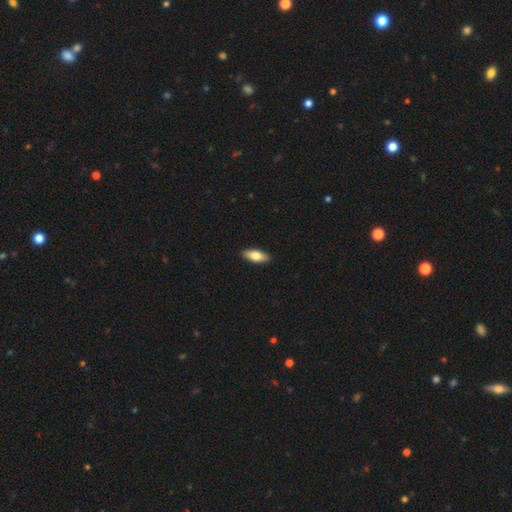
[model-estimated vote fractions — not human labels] The model was most divided on "smooth or featured": smooth: 74%, featured or disk: 20%, star or artifact: 6%. More confident: merging — none (90%); how rounded — in between (79%).